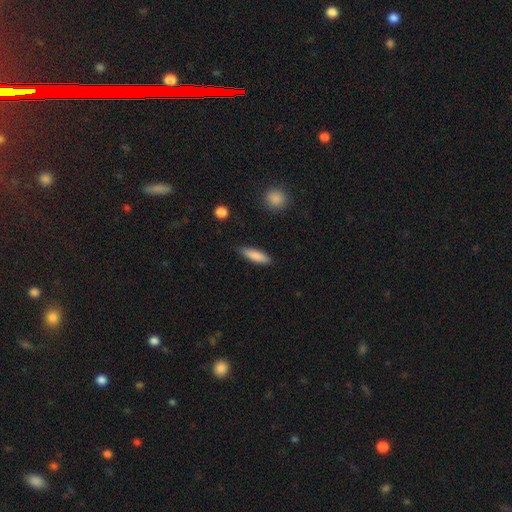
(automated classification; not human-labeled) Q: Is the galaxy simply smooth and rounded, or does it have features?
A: smooth — 83%.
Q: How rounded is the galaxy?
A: cigar-shaped — 61%.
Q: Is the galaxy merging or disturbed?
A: none — 83%.